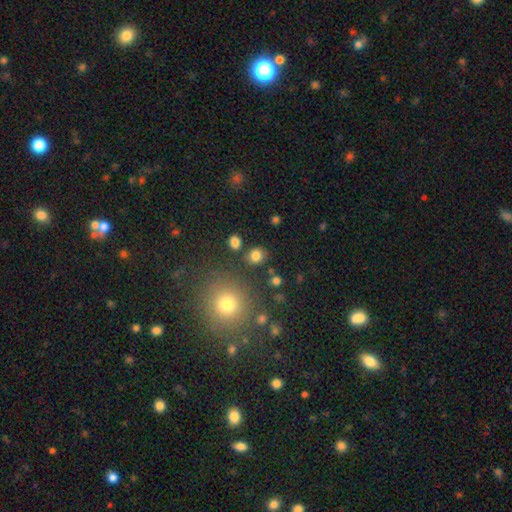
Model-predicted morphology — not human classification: A smooth galaxy with no disk features (81%) that is round (73%).

Vote fractions:
- Smooth or featured? smooth: 81% / star or artifact: 14% / featured or disk: 6%
- How rounded? round: 73% / in between: 26% / cigar-shaped: 1%
- Merging? none: 83% / minor disturbance: 8% / merger: 6% / major disturbance: 3%